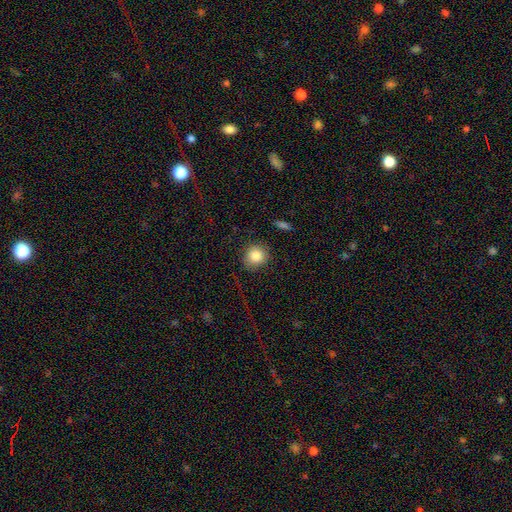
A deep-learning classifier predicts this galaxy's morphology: This is clearly a smooth galaxy (84%). How rounded: clearly round (89%). Merging: clearly none (85%).